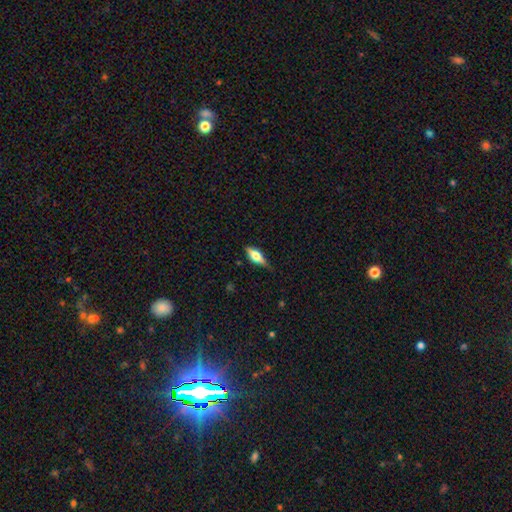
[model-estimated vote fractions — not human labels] Q: Smooth or featured?
A: featured or disk (48%); runner-up: smooth (44%)
Q: Merging?
A: none (74%); runner-up: minor disturbance (19%)